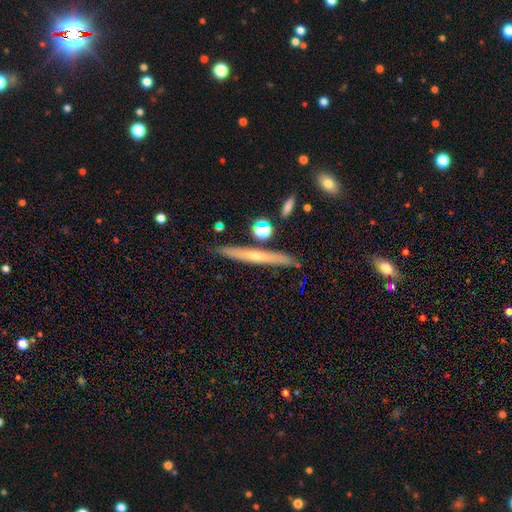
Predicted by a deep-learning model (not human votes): A featured or disk galaxy (58%) viewed edge-on (94%) with a rounded central bulge (58%). Merging: none (85%).